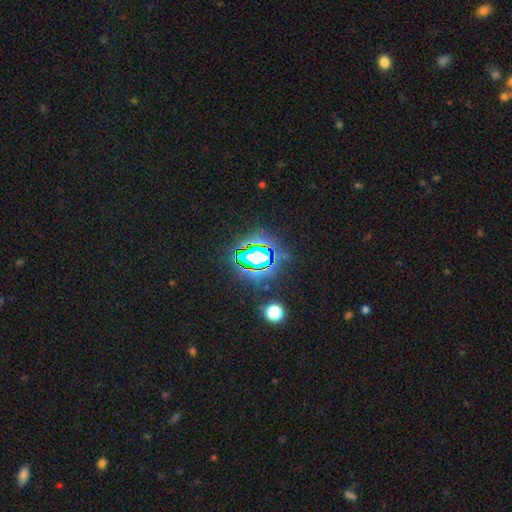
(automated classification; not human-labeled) Overall: star or artifact (82%).